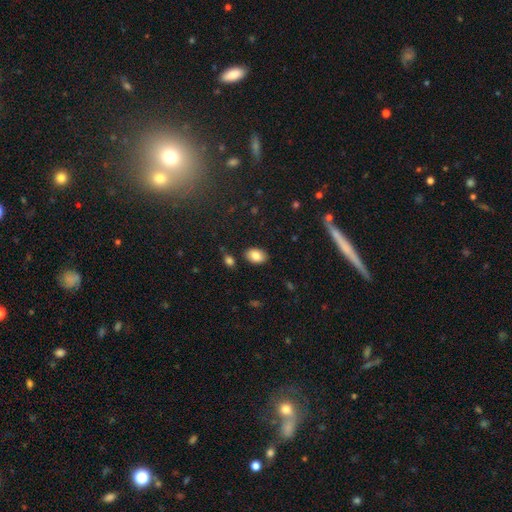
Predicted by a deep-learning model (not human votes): A smooth galaxy with no disk features (85%) that is in between round and cigar-shaped (85%).

Vote fractions:
- Smooth or featured? smooth: 85% / star or artifact: 8% / featured or disk: 8%
- How rounded? in between: 85% / round: 14% / cigar-shaped: 1%
- Merging? none: 85% / minor disturbance: 10% / merger: 3% / major disturbance: 2%